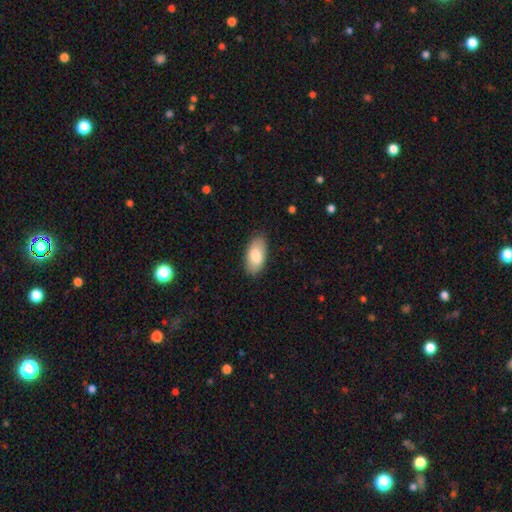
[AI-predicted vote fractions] This appears to be a smooth galaxy with no disk features (82%) that is in between round and cigar-shaped (94%). Merging: none (86%).